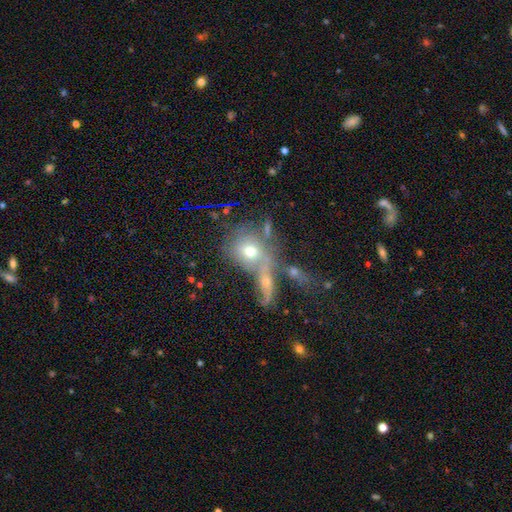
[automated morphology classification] smooth_or_featured: smooth (p=0.48) [alt: featured or disk p=0.33]
merging: merger (p=0.43) [alt: none p=0.35]